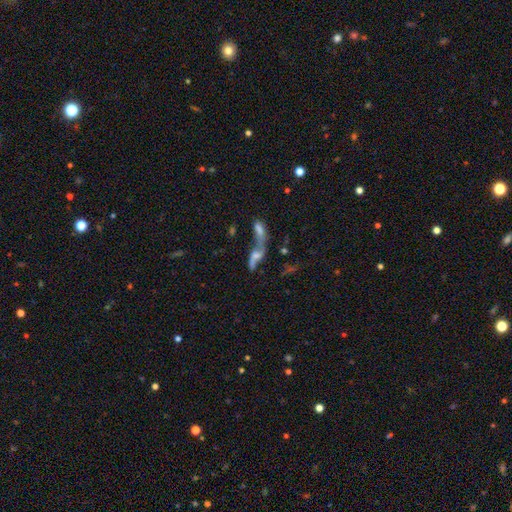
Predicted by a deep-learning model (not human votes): This is possibly a featured or disk galaxy (49%). Merging: likely merger (66%).